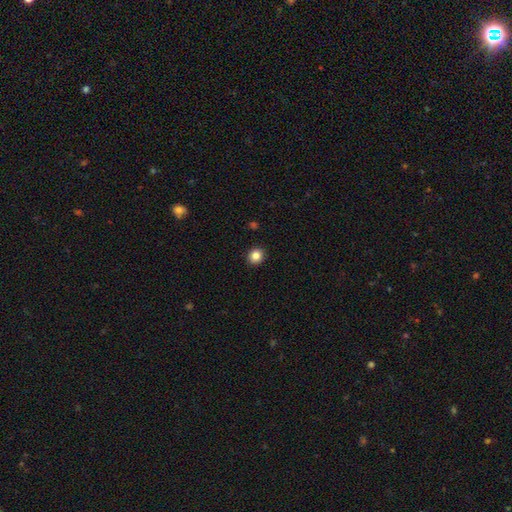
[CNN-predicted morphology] This is clearly a smooth galaxy (84%). How rounded: clearly round (83%). Merging: clearly none (92%).